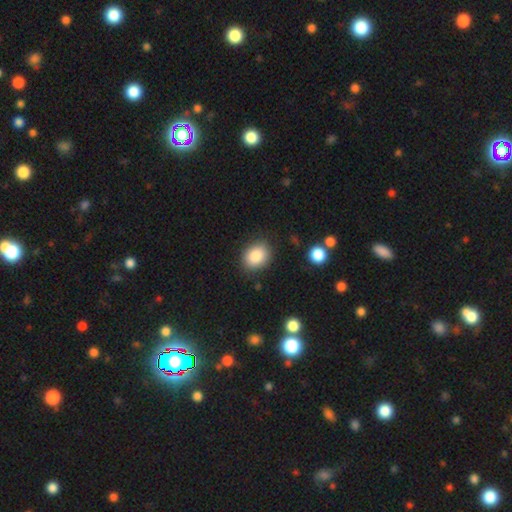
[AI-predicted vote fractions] This appears to be a smooth galaxy with no disk features (85%) that is in between round and cigar-shaped (55%). Merging: none (85%).